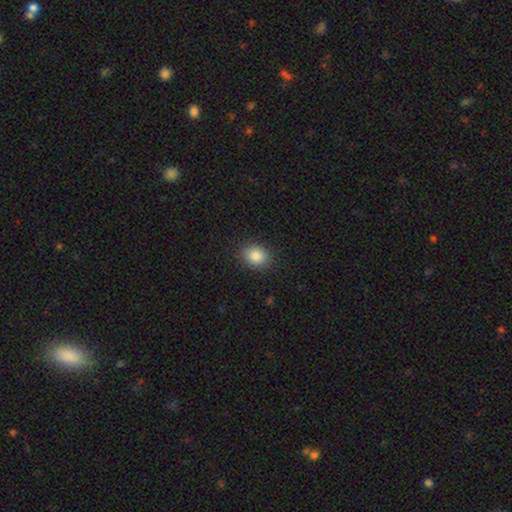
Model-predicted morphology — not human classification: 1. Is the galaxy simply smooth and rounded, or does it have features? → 87% smooth, 9% star or artifact, 5% featured or disk.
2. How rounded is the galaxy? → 50% in between, 49% round, 1% cigar-shaped.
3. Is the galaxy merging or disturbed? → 87% none, 9% minor disturbance, 3% major disturbance, 1% merger.